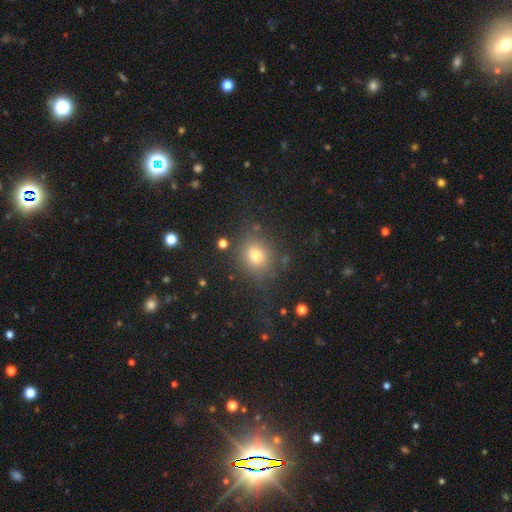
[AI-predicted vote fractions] Q: Smooth or featured?
A: smooth (73%); runner-up: star or artifact (17%)
Q: How rounded?
A: round (74%); runner-up: in between (25%)
Q: Merging?
A: none (76%); runner-up: minor disturbance (13%)